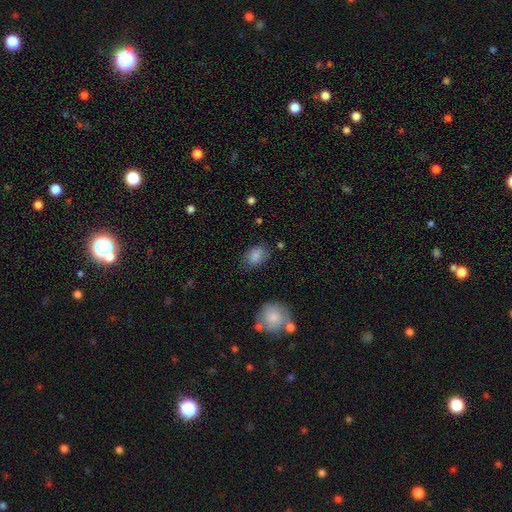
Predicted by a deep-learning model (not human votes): Smooth or featured? Predicted: smooth (p=0.84). How rounded? Predicted: in between (p=0.82). Merging? Predicted: none (p=0.73).